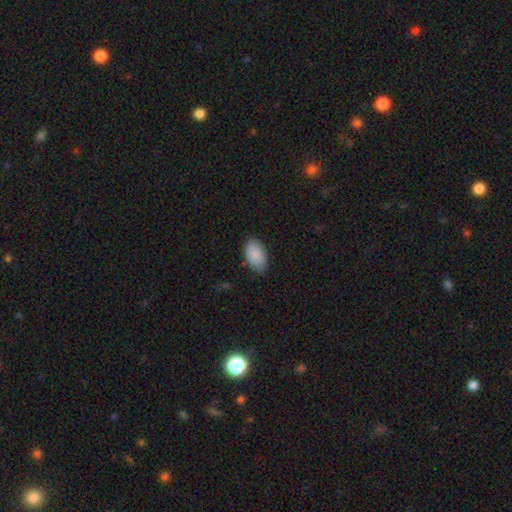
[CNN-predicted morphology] smooth 89%, star or artifact 6%, featured or disk 5%. Down the decision tree: how rounded — in between (94%); merging — none (80%).